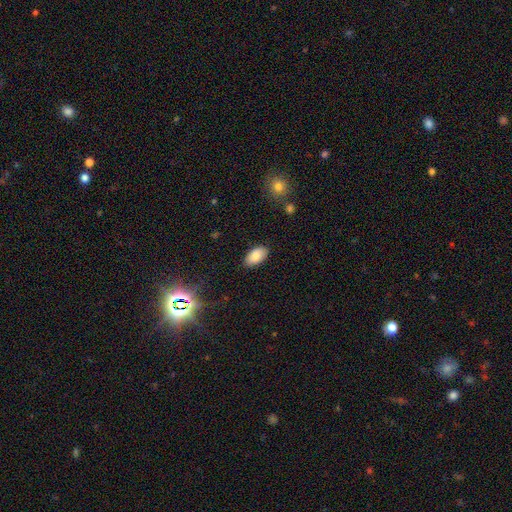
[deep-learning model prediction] Overall: smooth (85%). How rounded: in between (95%). Merging: none (86%).